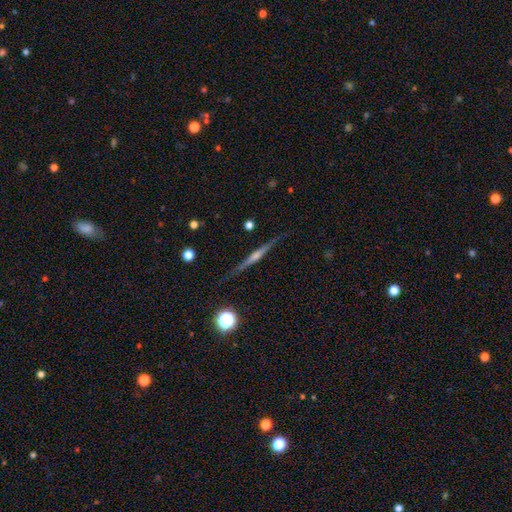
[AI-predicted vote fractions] Smooth or featured?
  - featured or disk: 74% *
  - smooth: 18%
  - star or artifact: 8%
Edge-on disk?
  - yes: 98% *
  - no: 2%
Edge-on bulge?
  - rounded: 69% *
  - none: 20%
  - boxy: 11%
Merging?
  - none: 87% *
  - minor disturbance: 9%
  - major disturbance: 2%
  - merger: 1%